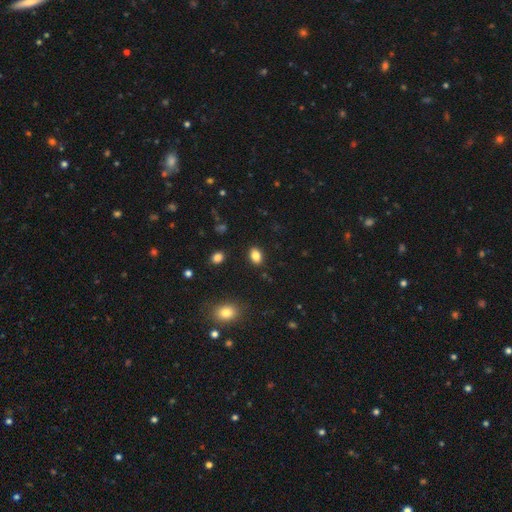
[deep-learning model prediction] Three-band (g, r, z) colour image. It shows a smooth galaxy with no disk features (84%) that is in between round and cigar-shaped (81%). Merging: none (88%).